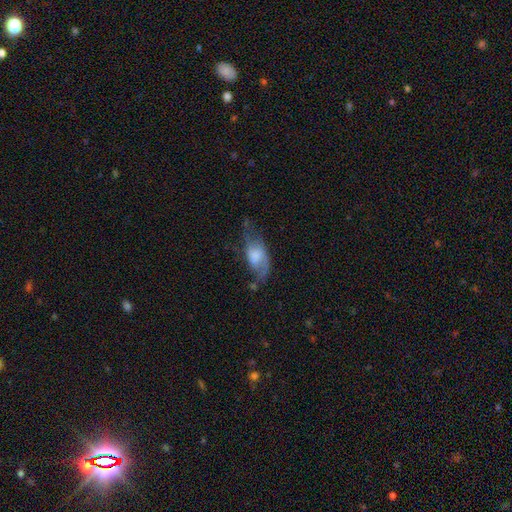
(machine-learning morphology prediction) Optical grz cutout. It shows a featured or disk galaxy (50%). Merging: none (36%).